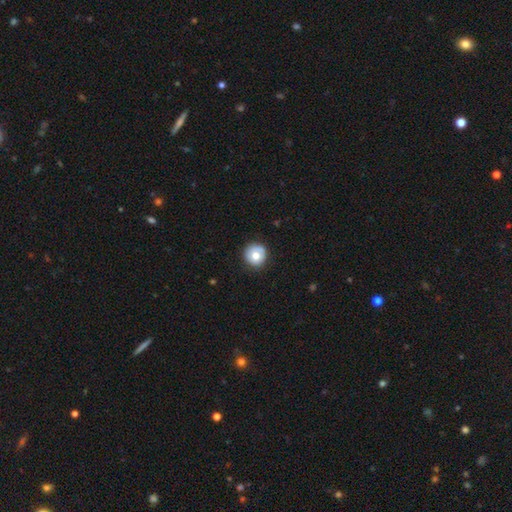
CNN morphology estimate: Overall: smooth (70%). How rounded: round (95%). Merging: none (84%).